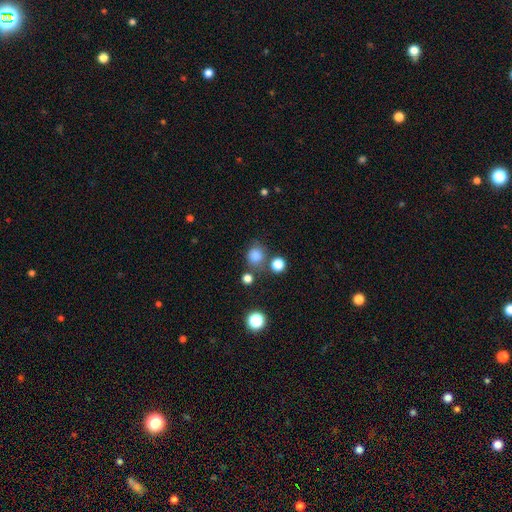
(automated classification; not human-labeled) Smooth or featured? smooth (82%)
How rounded? round (80%)
Merging? none (67%)